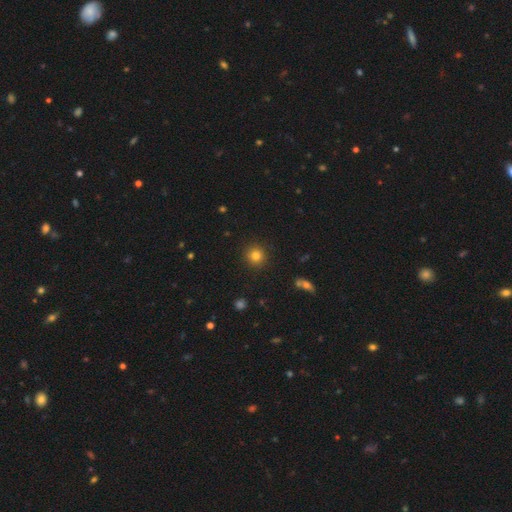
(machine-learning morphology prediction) This is clearly a smooth galaxy (82%). How rounded: clearly round (93%). Merging: clearly none (91%).